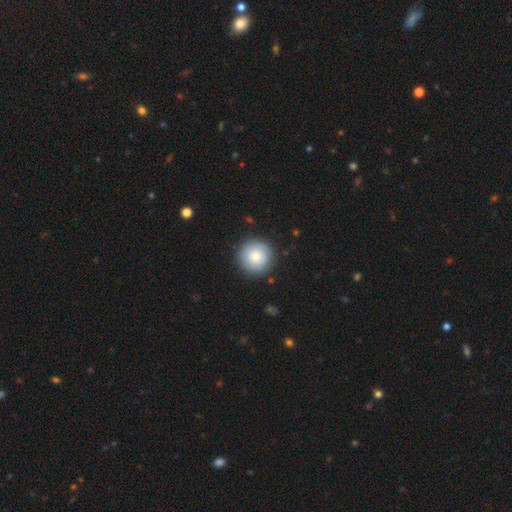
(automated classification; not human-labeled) The model was most divided on "smooth or featured": smooth: 79%, featured or disk: 13%, star or artifact: 7%. More confident: how rounded — round (96%); merging — none (89%).